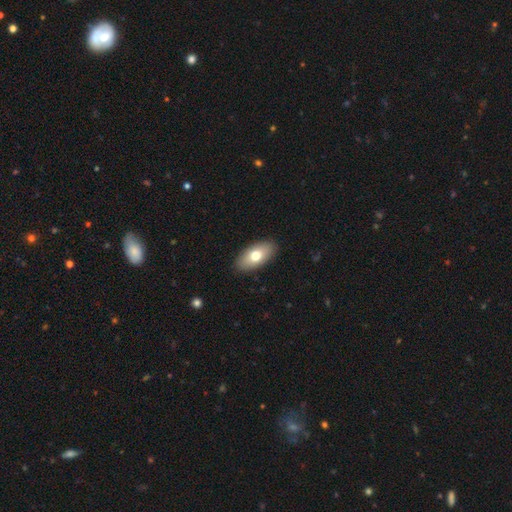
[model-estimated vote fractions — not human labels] Smooth or featured: smooth — 71% (featured or disk — 23%)
How rounded: in between — 92% (cigar-shaped — 5%)
Merging: none — 89% (minor disturbance — 8%)